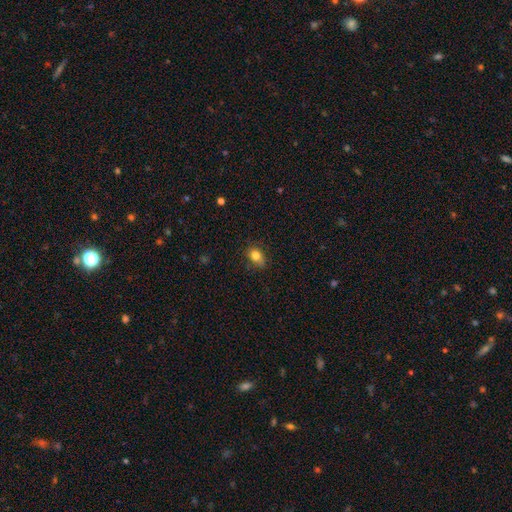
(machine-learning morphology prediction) smooth 82%, star or artifact 10%, featured or disk 8%. Down the decision tree: how rounded — in between (67%); merging — none (72%).